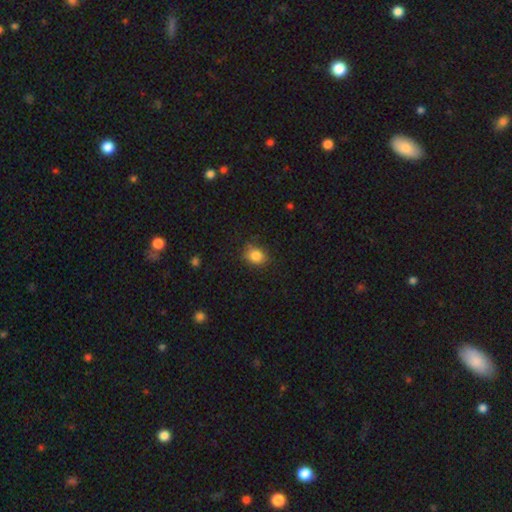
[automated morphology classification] smooth-or-featured: smooth: 85% | star or artifact: 10% | featured or disk: 5%
  how-rounded: round: 62% | in between: 37% | cigar-shaped: 1%
  merging: none: 79% | minor disturbance: 15% | major disturbance: 4% | merger: 2%